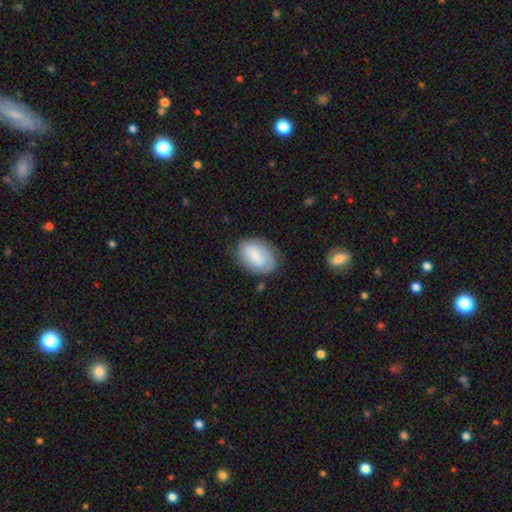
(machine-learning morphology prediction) smooth_or_featured: smooth (p=0.73) [alt: featured or disk p=0.21]
how_rounded: in between (p=0.88) [alt: round p=0.11]
merging: none (p=0.75) [alt: minor disturbance p=0.18]